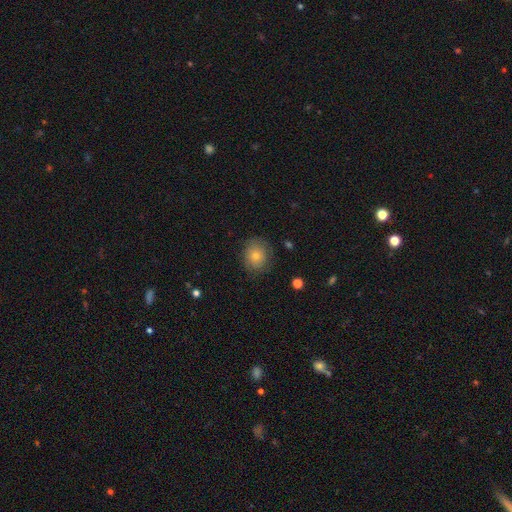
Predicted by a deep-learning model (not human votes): Smooth or featured? Predicted: smooth (p=0.75). How rounded? Predicted: round (p=0.77). Merging? Predicted: none (p=0.77).